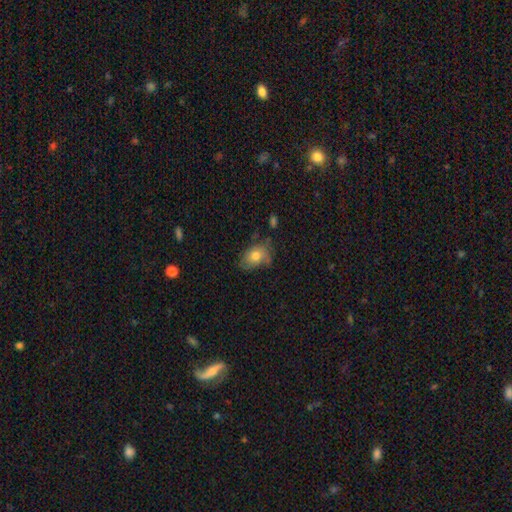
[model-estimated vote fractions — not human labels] Smooth or featured? smooth (73%)
How rounded? in between (73%)
Merging? none (51%)